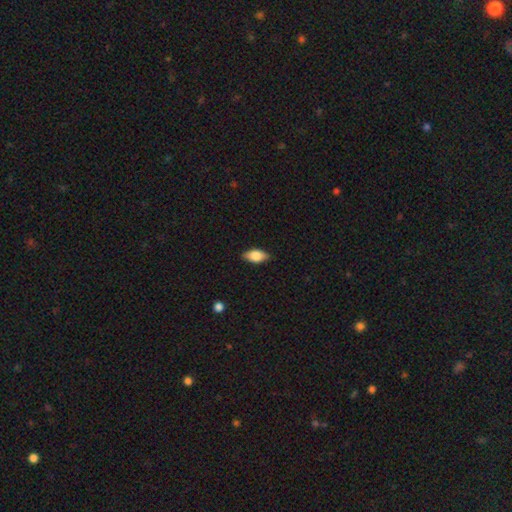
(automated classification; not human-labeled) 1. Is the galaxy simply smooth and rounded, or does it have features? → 78% smooth, 15% featured or disk, 7% star or artifact.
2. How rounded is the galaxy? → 90% in between, 6% cigar-shaped, 4% round.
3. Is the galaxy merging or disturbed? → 87% none, 10% minor disturbance, 2% major disturbance, 1% merger.